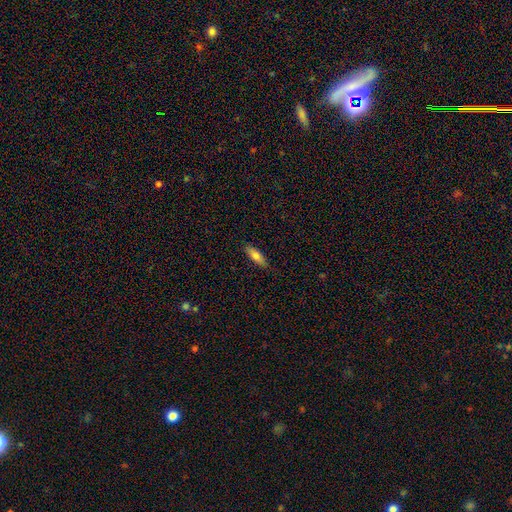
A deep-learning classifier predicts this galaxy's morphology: This is likely a smooth galaxy (78%). How rounded: possibly in between (58%). Merging: clearly none (83%).